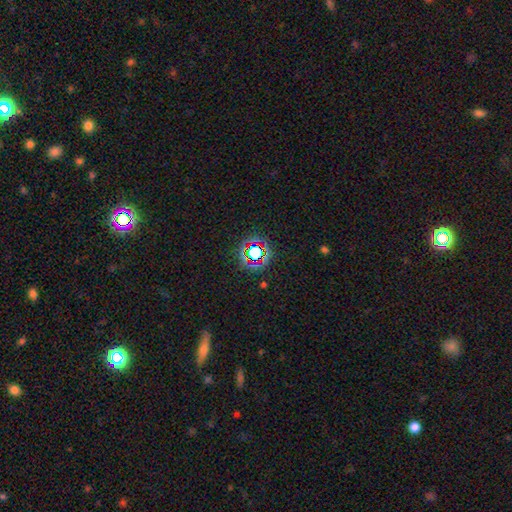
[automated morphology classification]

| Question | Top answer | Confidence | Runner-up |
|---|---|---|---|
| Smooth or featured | star or artifact | 67% | smooth (22%) |